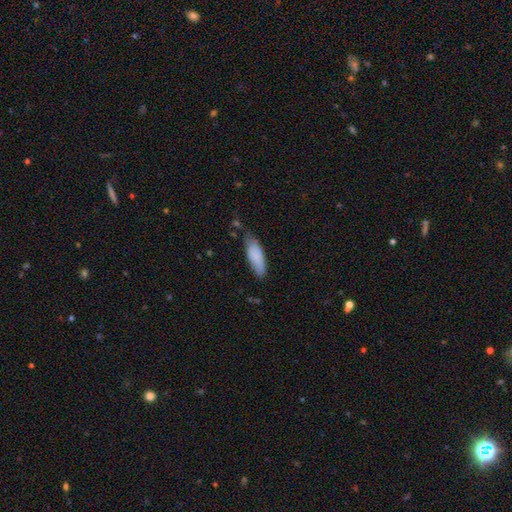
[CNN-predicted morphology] smooth 85%, featured or disk 9%, star or artifact 6%. Down the decision tree: how rounded — in between (61%); merging — none (60%).